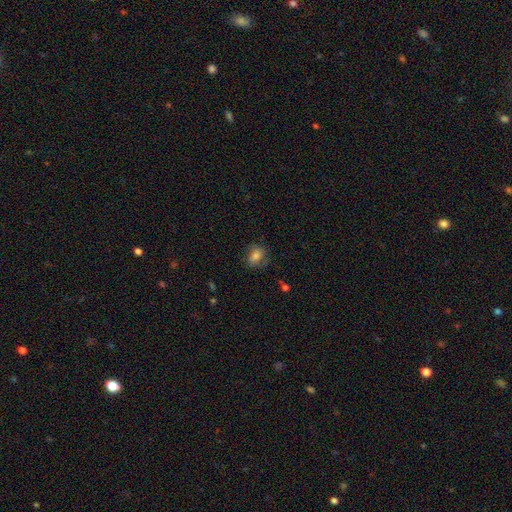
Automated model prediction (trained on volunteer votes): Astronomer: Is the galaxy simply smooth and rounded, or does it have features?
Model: smooth — 74%.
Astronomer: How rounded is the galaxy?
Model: in between — 63%.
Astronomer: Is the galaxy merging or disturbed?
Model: none — 71%.